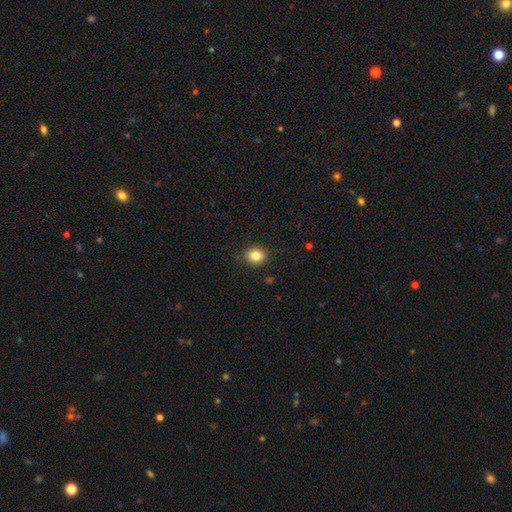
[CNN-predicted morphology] Smooth or featured?
  - smooth: 83% *
  - star or artifact: 10%
  - featured or disk: 6%
How rounded?
  - round: 76% *
  - in between: 23%
  - cigar-shaped: 1%
Merging?
  - none: 89% *
  - minor disturbance: 8%
  - major disturbance: 2%
  - merger: 1%